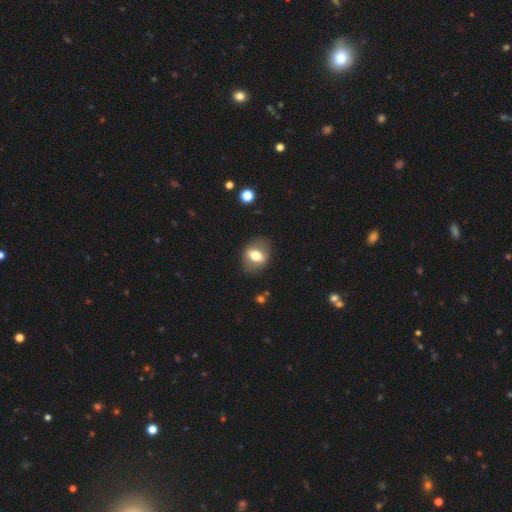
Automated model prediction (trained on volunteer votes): Q: Smooth or featured?
A: smooth (59%); runner-up: featured or disk (32%)
Q: How rounded?
A: in between (64%); runner-up: round (33%)
Q: Merging?
A: none (81%); runner-up: minor disturbance (13%)